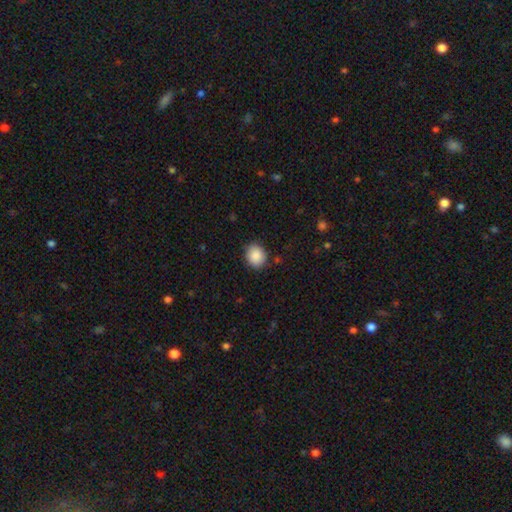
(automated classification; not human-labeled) Smooth or featured? smooth (88%)
How rounded? round (66%)
Merging? none (85%)